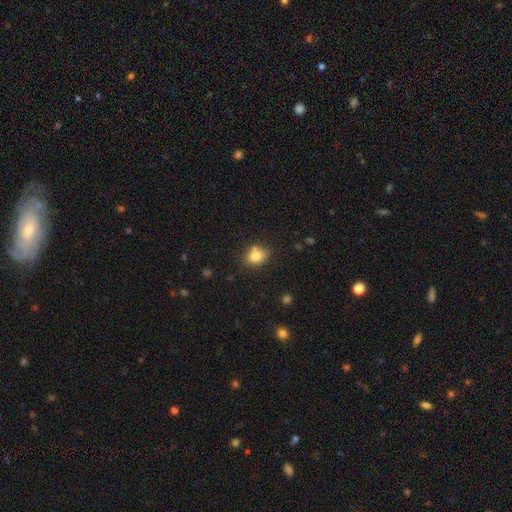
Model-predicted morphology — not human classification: smooth_or_featured: smooth (p=0.79) [alt: star or artifact p=0.11]
how_rounded: round (p=0.52) [alt: in between p=0.47]
merging: none (p=0.67) [alt: minor disturbance p=0.16]